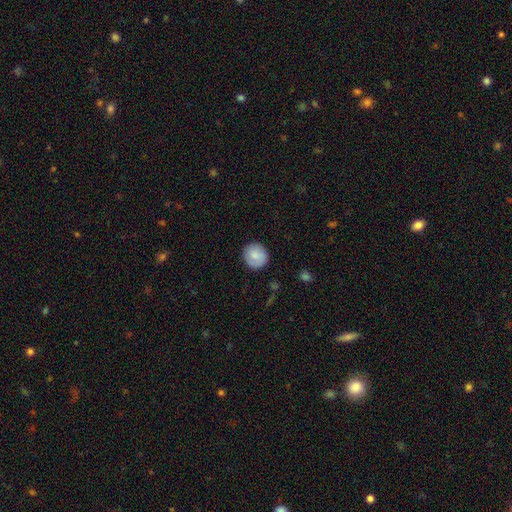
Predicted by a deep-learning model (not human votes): A smooth galaxy with no disk features (81%) that is round (90%).

Vote fractions:
- Smooth or featured? smooth: 81% / featured or disk: 12% / star or artifact: 7%
- How rounded? round: 90% / in between: 9% / cigar-shaped: 1%
- Merging? none: 86% / minor disturbance: 10% / major disturbance: 2% / merger: 1%